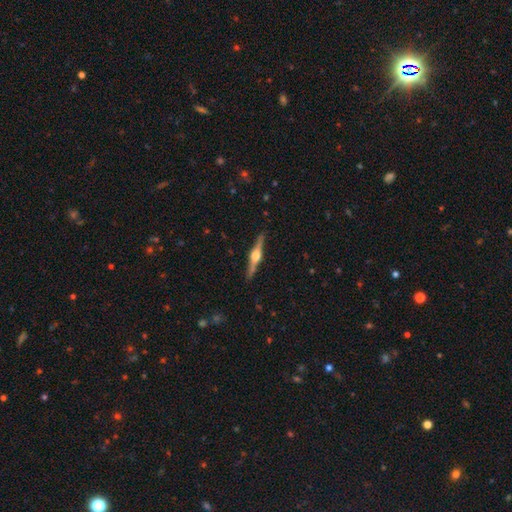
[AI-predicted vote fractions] smooth_or_featured: featured or disk (p=0.82) [alt: smooth p=0.13]
disk_edge_on: yes (p=0.98) [alt: no p=0.02]
edge_on_bulge: rounded (p=0.95) [alt: boxy p=0.04]
merging: none (p=0.91) [alt: minor disturbance p=0.07]